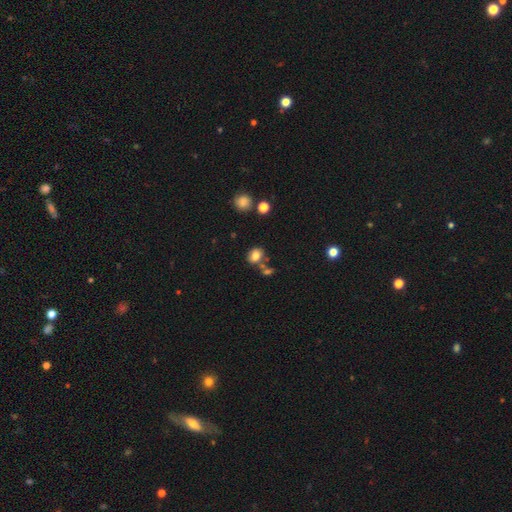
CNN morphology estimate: Smooth or featured? Predicted: smooth (p=0.79). How rounded? Predicted: in between (p=0.50). Merging? Predicted: none (p=0.64).